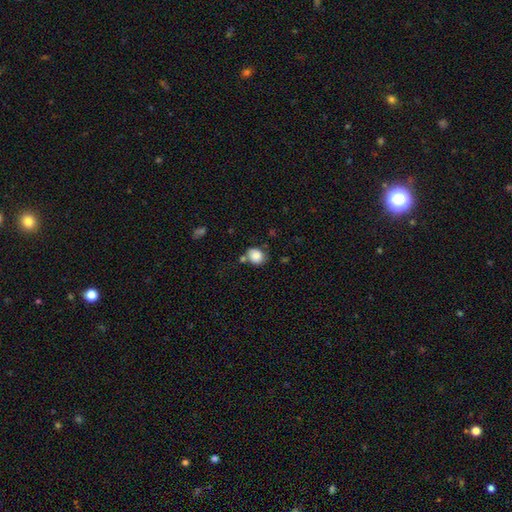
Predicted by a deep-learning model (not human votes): This is clearly a smooth galaxy (84%). How rounded: likely round (64%). Merging: likely none (62%).